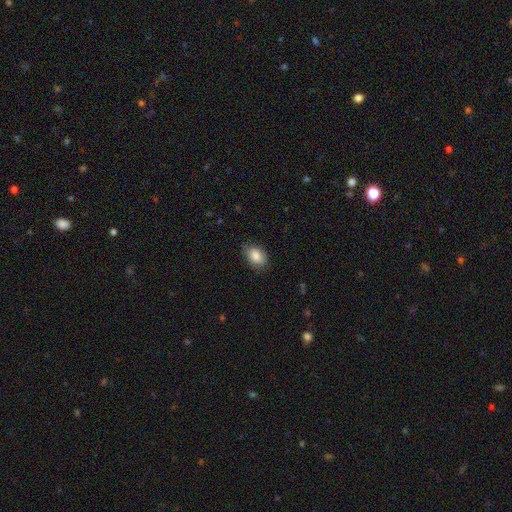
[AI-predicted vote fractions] A smooth galaxy with no disk features (86%) that is in between round and cigar-shaped (86%).

Vote fractions:
- Smooth or featured? smooth: 86% / featured or disk: 7% / star or artifact: 7%
- How rounded? in between: 86% / round: 13% / cigar-shaped: 1%
- Merging? none: 79% / minor disturbance: 17% / major disturbance: 3% / merger: 1%